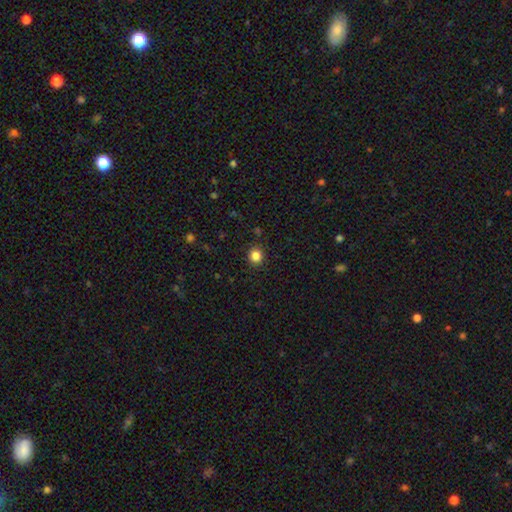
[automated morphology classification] Smooth or featured? smooth (84%)
How rounded? round (86%)
Merging? none (90%)